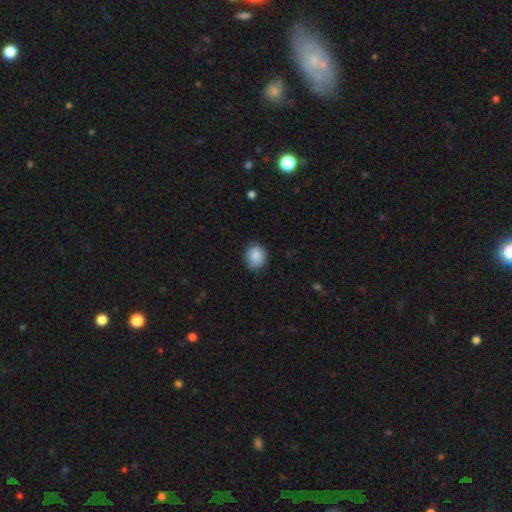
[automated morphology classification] A smooth galaxy with no disk features (88%) that is round (73%). Merging: none (82%).